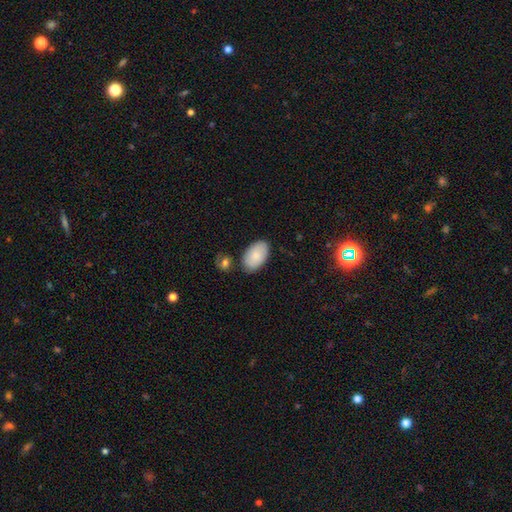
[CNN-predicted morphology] smooth_or_featured: smooth (p=0.85) [alt: featured or disk p=0.09]
how_rounded: in between (p=0.95) [alt: round p=0.04]
merging: none (p=0.79) [alt: minor disturbance p=0.14]